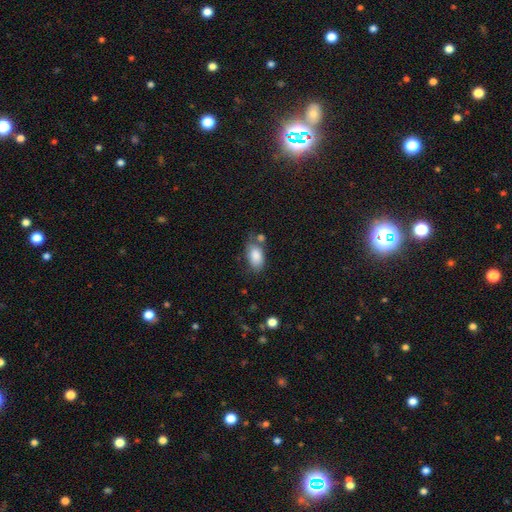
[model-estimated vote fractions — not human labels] Q: Smooth or featured?
A: smooth (85%); runner-up: featured or disk (7%)
Q: How rounded?
A: in between (92%); runner-up: round (6%)
Q: Merging?
A: none (51%); runner-up: minor disturbance (26%)